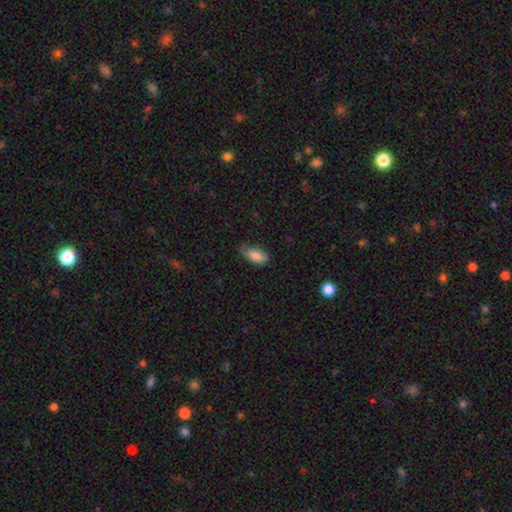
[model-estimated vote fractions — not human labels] smooth-or-featured: smooth: 84% | featured or disk: 9% | star or artifact: 7%
  how-rounded: in between: 91% | cigar-shaped: 6% | round: 3%
  merging: none: 57% | minor disturbance: 34% | major disturbance: 7% | merger: 2%